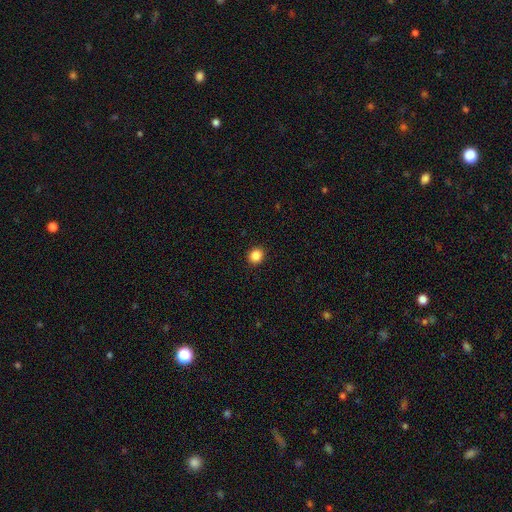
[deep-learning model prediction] The model was most divided on "how rounded": round: 84%, in between: 15%, cigar-shaped: 1%. More confident: merging — none (92%); smooth or featured — smooth (86%).